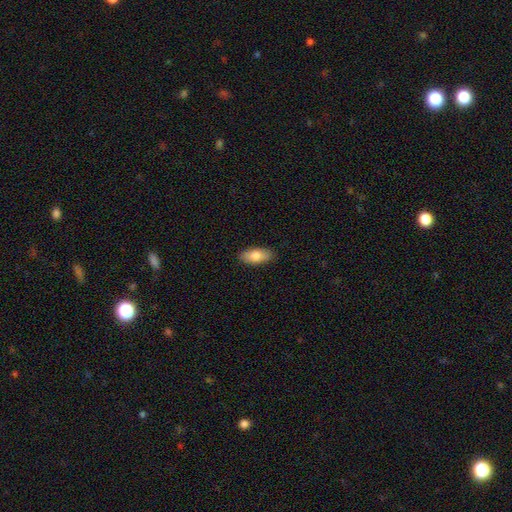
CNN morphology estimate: Q: Smooth or featured?
A: smooth (79%); runner-up: featured or disk (15%)
Q: How rounded?
A: in between (88%); runner-up: cigar-shaped (9%)
Q: Merging?
A: none (89%); runner-up: minor disturbance (8%)